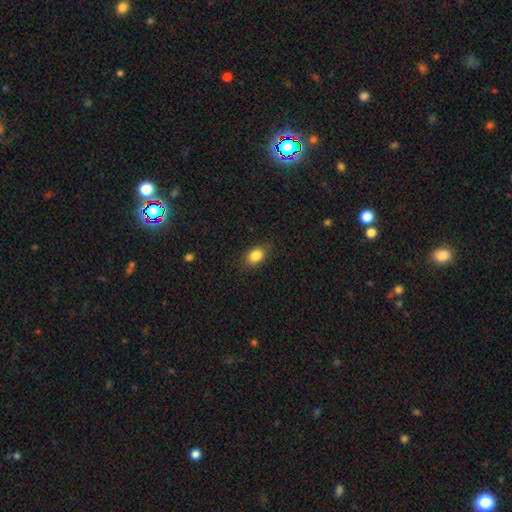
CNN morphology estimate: Smooth or featured: smooth — 85% (star or artifact — 9%)
How rounded: in between — 74% (round — 24%)
Merging: none — 83% (minor disturbance — 13%)